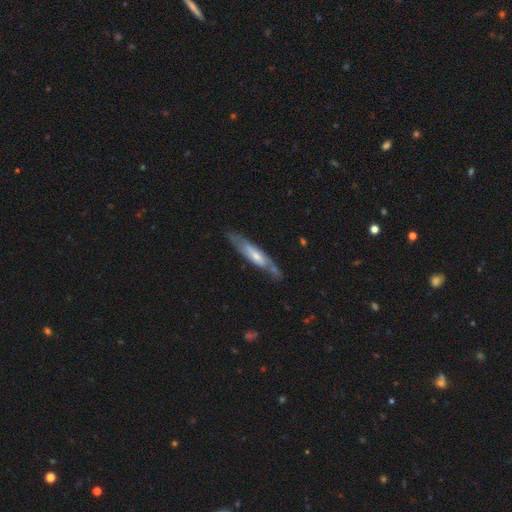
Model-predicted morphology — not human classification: Smooth or featured? Predicted: featured or disk (p=0.56). Edge-on disk? Predicted: yes (p=0.56). Merging? Predicted: none (p=0.73).